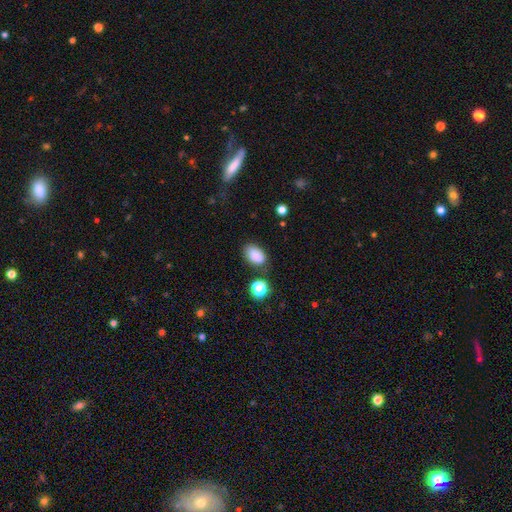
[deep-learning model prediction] A smooth galaxy with no disk features (86%) that is in between round and cigar-shaped (88%).

Vote fractions:
- Smooth or featured? smooth: 86% / star or artifact: 10% / featured or disk: 5%
- How rounded? in between: 88% / round: 10% / cigar-shaped: 1%
- Merging? none: 74% / minor disturbance: 16% / merger: 5% / major disturbance: 5%